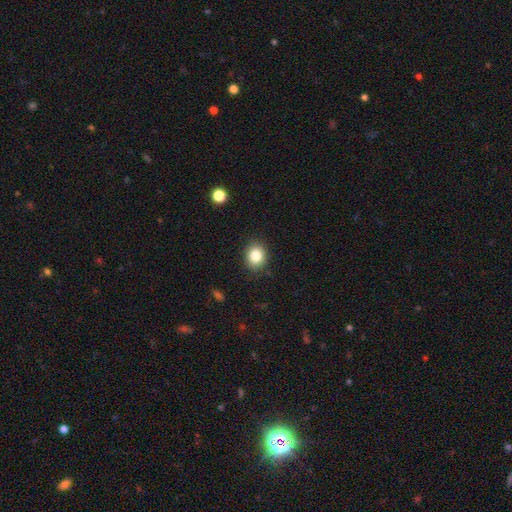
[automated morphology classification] The model was most divided on "how rounded": round: 56%, in between: 43%, cigar-shaped: 1%. More confident: merging — none (88%); smooth or featured — smooth (83%).